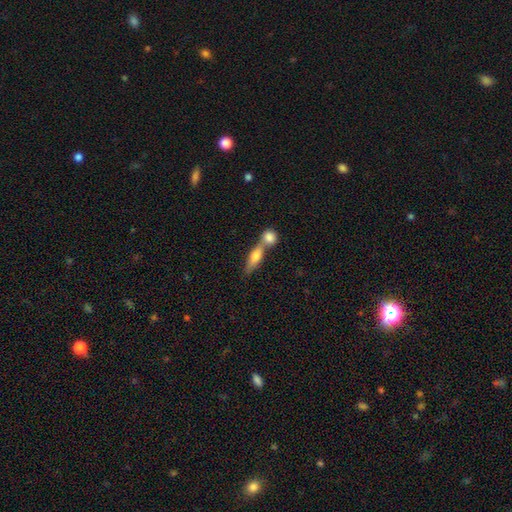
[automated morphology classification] Q: Smooth or featured?
A: smooth (64%); runner-up: featured or disk (29%)
Q: How rounded?
A: cigar-shaped (46%); runner-up: in between (45%)
Q: Merging?
A: merger (55%); runner-up: none (35%)